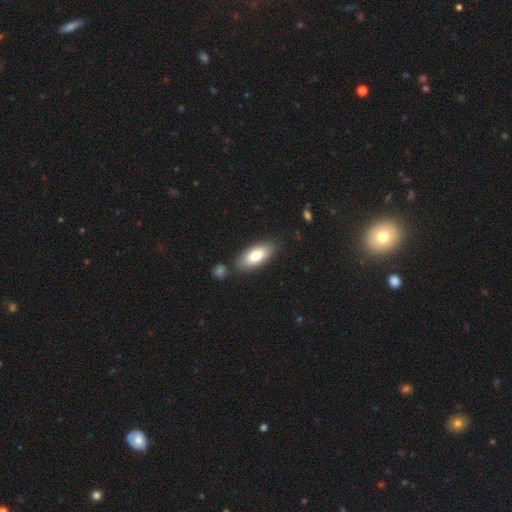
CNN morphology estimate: A smooth galaxy with no disk features (80%) that is in between round and cigar-shaped (85%). Merging: none (82%).